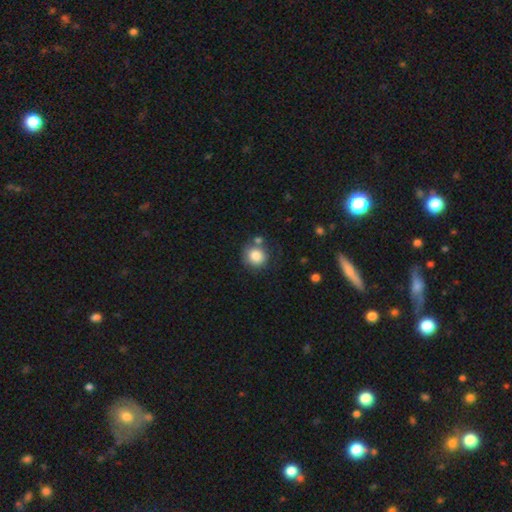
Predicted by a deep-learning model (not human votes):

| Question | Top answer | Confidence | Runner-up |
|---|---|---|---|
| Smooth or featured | smooth | 85% | star or artifact (9%) |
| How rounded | round | 88% | in between (11%) |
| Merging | none | 69% | minor disturbance (15%) |